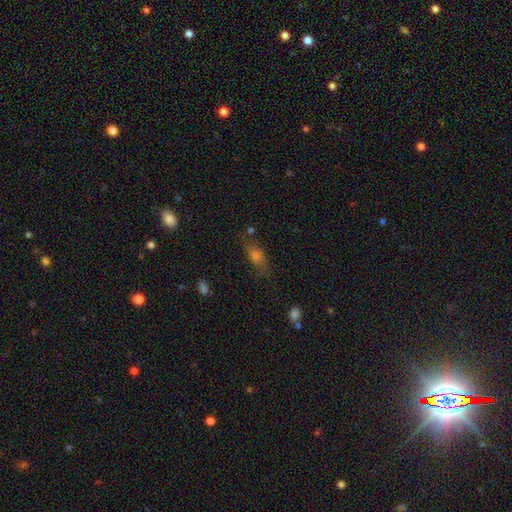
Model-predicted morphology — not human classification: Smooth or featured?
  - smooth: 53% *
  - featured or disk: 24%
  - star or artifact: 23%
How rounded?
  - in between: 62% *
  - cigar-shaped: 24%
  - round: 14%
Merging?
  - none: 64% *
  - minor disturbance: 20%
  - major disturbance: 12%
  - merger: 4%